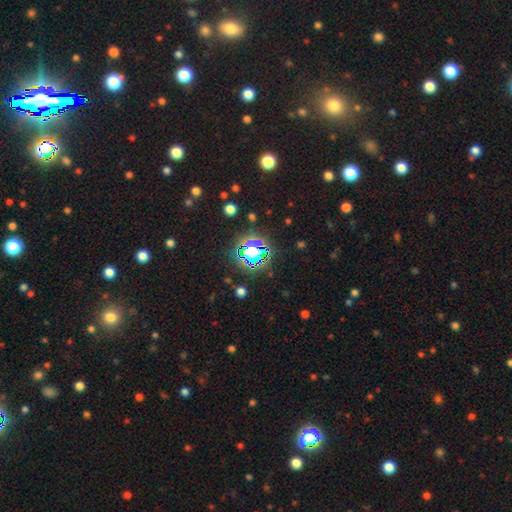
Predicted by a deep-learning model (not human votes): star or artifact 59%, smooth 29%, featured or disk 11%.